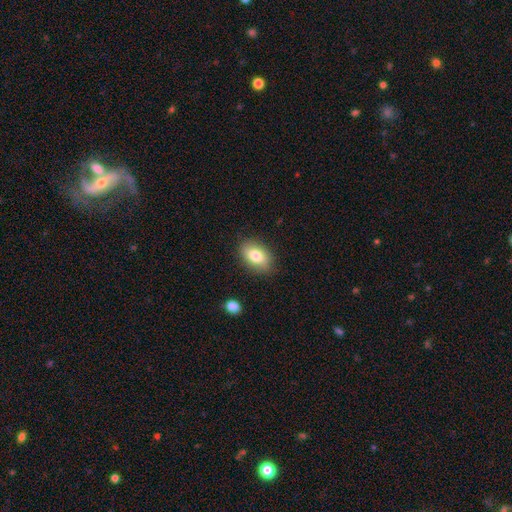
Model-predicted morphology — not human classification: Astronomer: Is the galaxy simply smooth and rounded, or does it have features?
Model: smooth — 80%.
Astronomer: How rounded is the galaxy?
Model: in between — 86%.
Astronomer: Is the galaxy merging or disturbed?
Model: none — 85%.